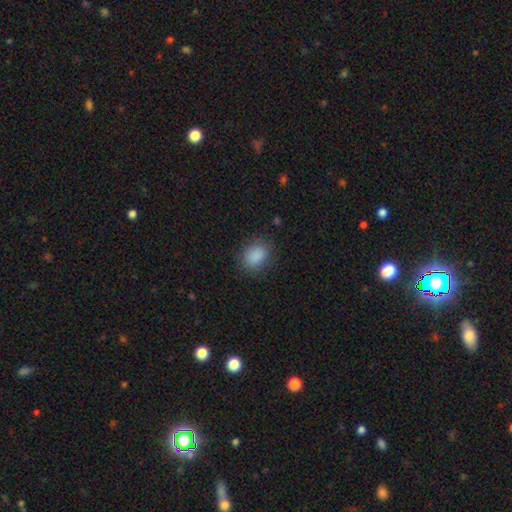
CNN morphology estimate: Overall: smooth (87%). How rounded: in between (68%; round 31%). Merging: none (81%).